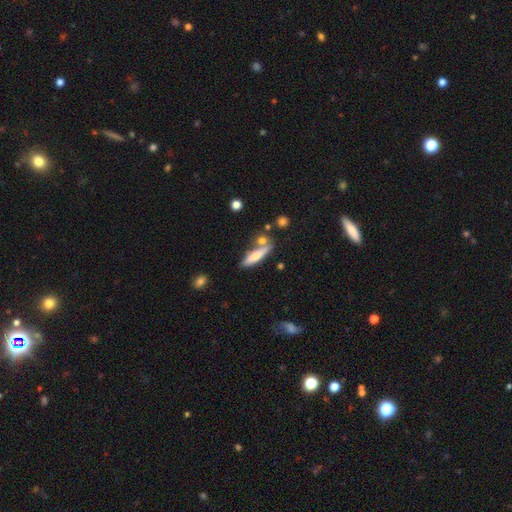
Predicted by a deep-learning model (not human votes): A smooth galaxy with no disk features (57%) that is cigar-shaped (73%).

Vote fractions:
- Smooth or featured? smooth: 57% / featured or disk: 36% / star or artifact: 7%
- How rounded? cigar-shaped: 73% / in between: 24% / round: 2%
- Merging? none: 63% / merger: 19% / minor disturbance: 14% / major disturbance: 4%